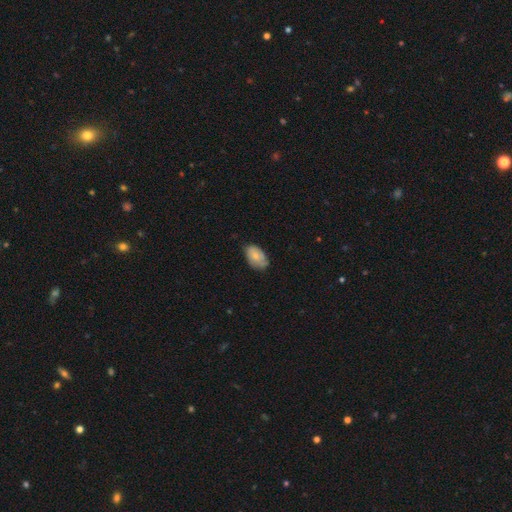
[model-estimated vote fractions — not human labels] This appears to be a smooth galaxy with no disk features (69%) that is in between round and cigar-shaped (91%). Merging: none (60%).